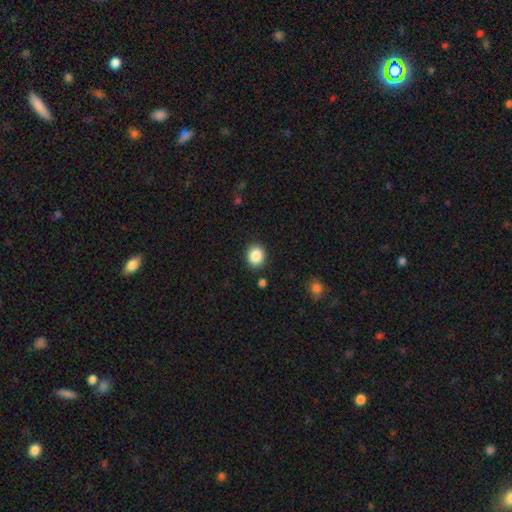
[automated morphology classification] type=smooth (87%); roundness=round (73%); merging=none (88%).